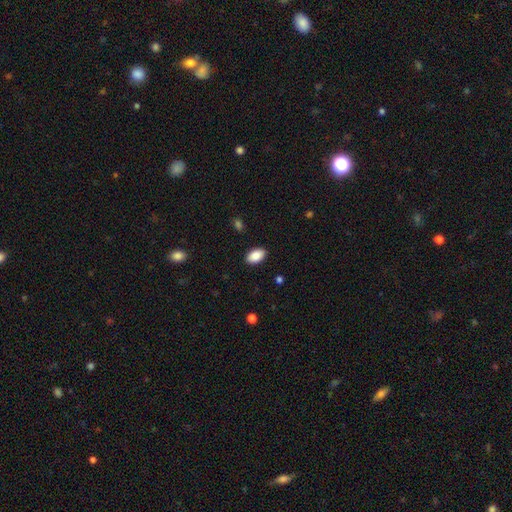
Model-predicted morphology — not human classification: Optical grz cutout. It shows a smooth galaxy with no disk features (88%) that is in between round and cigar-shaped (93%). Merging: none (89%).